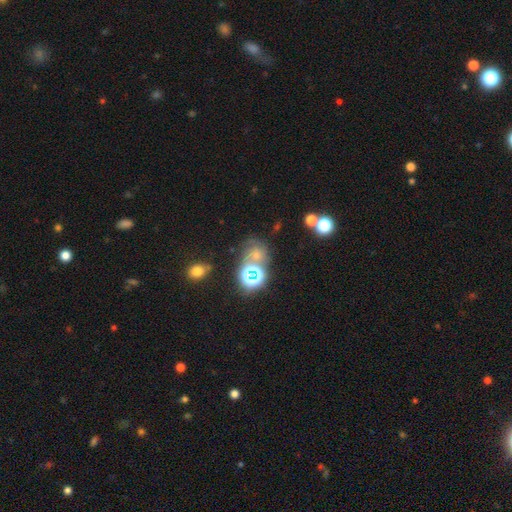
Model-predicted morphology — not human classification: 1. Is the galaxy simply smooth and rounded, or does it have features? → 53% star or artifact, 30% smooth, 17% featured or disk.